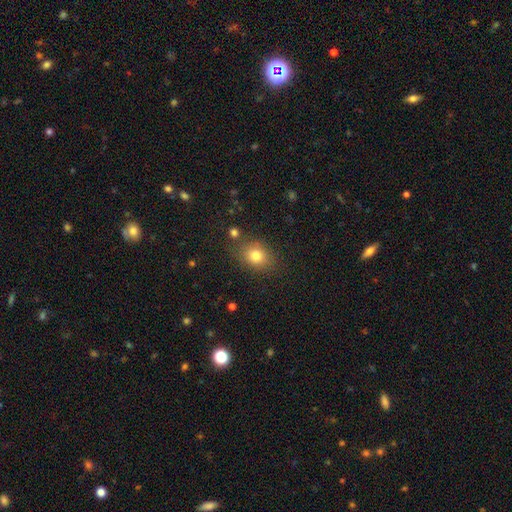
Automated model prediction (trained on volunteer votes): A smooth galaxy with no disk features (80%) that is in between round and cigar-shaped (50%).

Vote fractions:
- Smooth or featured? smooth: 80% / star or artifact: 12% / featured or disk: 9%
- How rounded? in between: 50% / round: 49% / cigar-shaped: 1%
- Merging? none: 79% / minor disturbance: 13% / merger: 4% / major disturbance: 4%